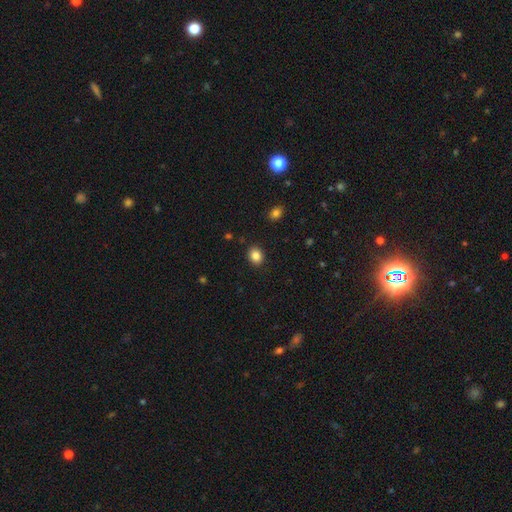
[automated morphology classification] Smooth or featured?
  - smooth: 85% *
  - star or artifact: 10%
  - featured or disk: 5%
How rounded?
  - round: 61% *
  - in between: 38%
  - cigar-shaped: 1%
Merging?
  - none: 90% *
  - minor disturbance: 7%
  - major disturbance: 2%
  - merger: 1%